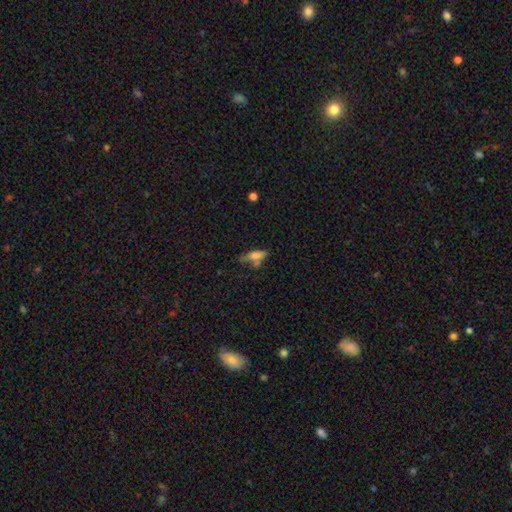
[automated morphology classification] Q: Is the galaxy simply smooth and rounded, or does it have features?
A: smooth — 70%.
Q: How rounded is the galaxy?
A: in between — 57%.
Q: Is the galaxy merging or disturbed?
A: none — 46%.